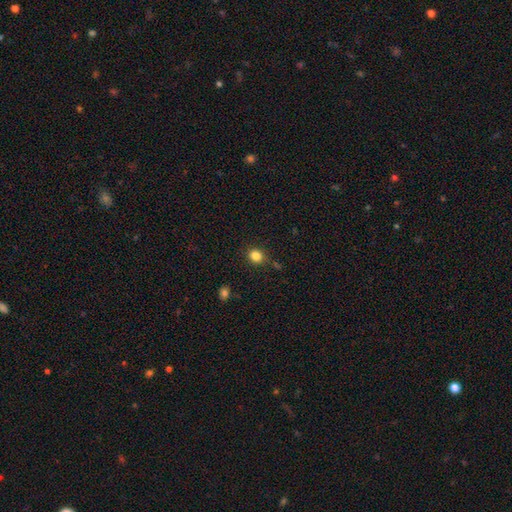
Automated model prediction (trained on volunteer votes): Morphology: type=smooth (83%); roundness=round (72%); merging=none (84%).